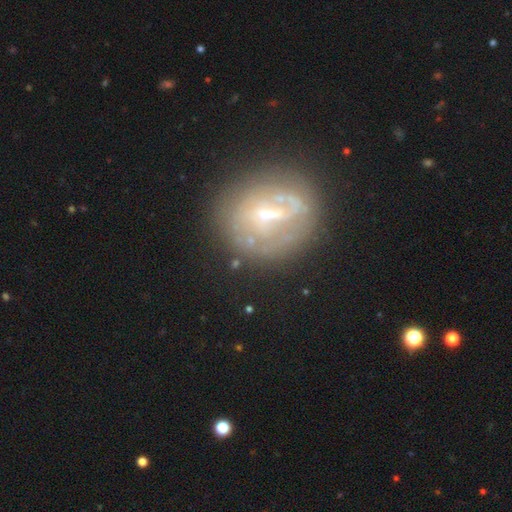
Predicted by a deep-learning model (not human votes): A featured or disk galaxy (62%) with a strong bar (41%), no spiral arms (52%) and a small central bulge (43%). Merging: none (75%).